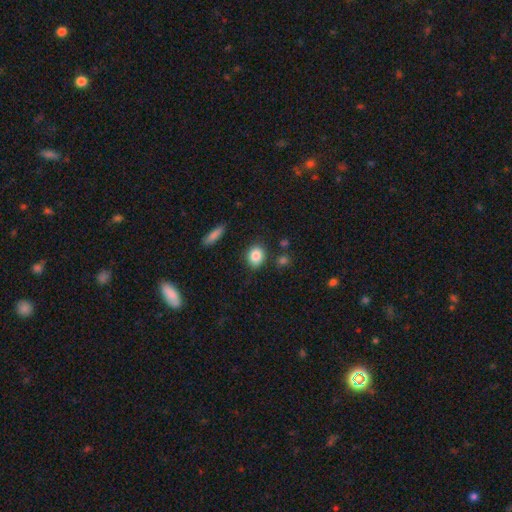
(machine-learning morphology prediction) Overall: smooth (85%). How rounded: round (51%; in between 47%). Merging: none (83%).